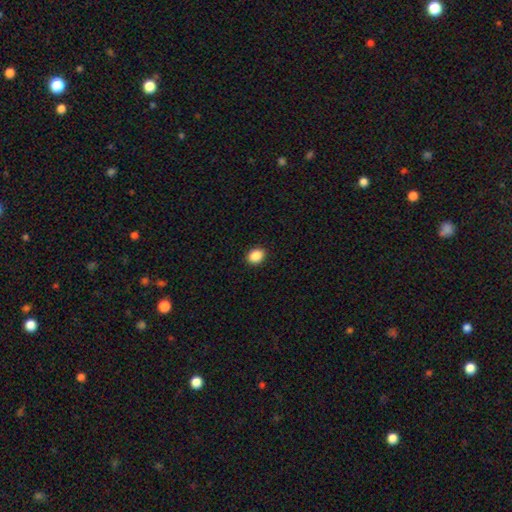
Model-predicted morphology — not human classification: A smooth galaxy with no disk features (88%) that is round (52%).

Vote fractions:
- Smooth or featured? smooth: 88% / star or artifact: 9% / featured or disk: 3%
- How rounded? round: 52% / in between: 48% / cigar-shaped: 1%
- Merging? none: 91% / minor disturbance: 6% / major disturbance: 2% / merger: 1%